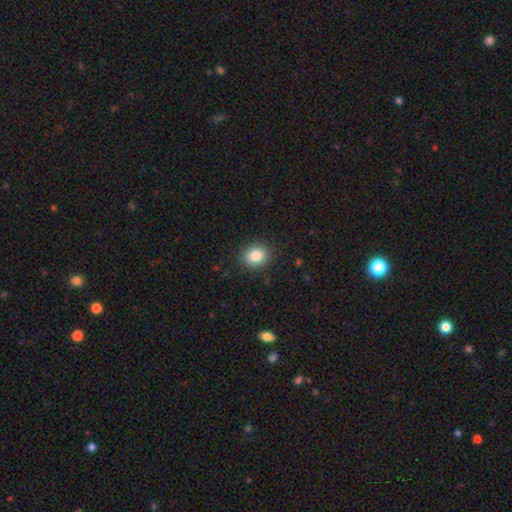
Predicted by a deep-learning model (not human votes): Q: Smooth or featured?
A: smooth (85%); runner-up: star or artifact (10%)
Q: How rounded?
A: round (71%); runner-up: in between (28%)
Q: Merging?
A: none (89%); runner-up: minor disturbance (8%)